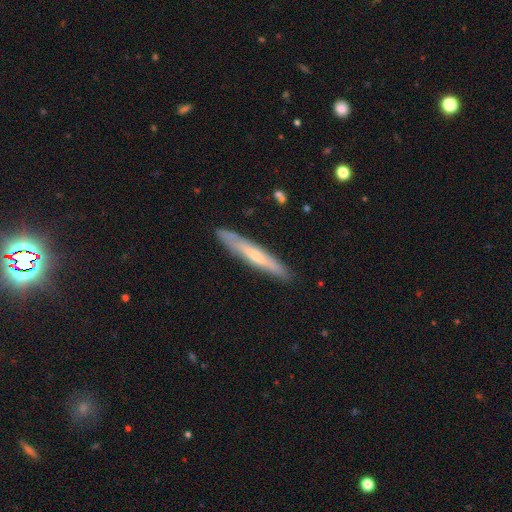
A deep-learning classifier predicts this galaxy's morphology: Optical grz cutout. It shows a smooth galaxy with no disk features (48%). Merging: none (86%).